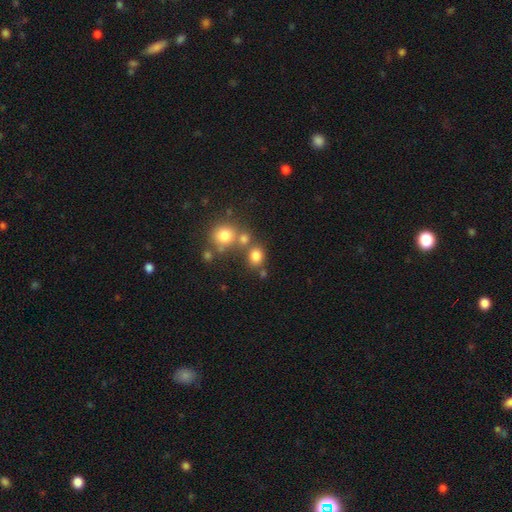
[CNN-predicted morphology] smooth_or_featured: smooth (p=0.78) [alt: star or artifact p=0.14]
how_rounded: round (p=0.62) [alt: in between p=0.37]
merging: none (p=0.61) [alt: merger p=0.24]